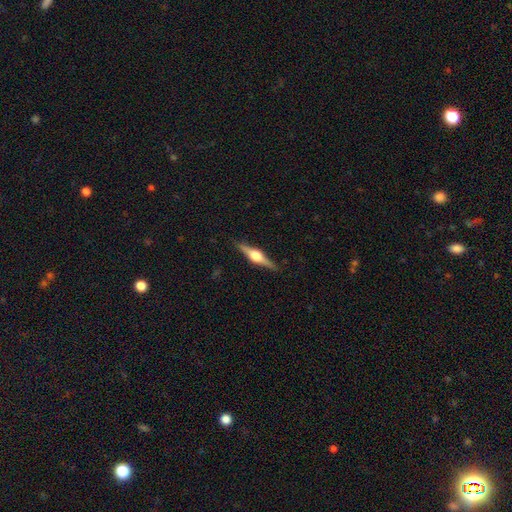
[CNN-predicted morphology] Q: Smooth or featured?
A: featured or disk (78%); runner-up: smooth (17%)
Q: Edge-on disk?
A: yes (98%); runner-up: no (2%)
Q: Edge-on bulge?
A: rounded (94%); runner-up: boxy (5%)
Q: Merging?
A: none (90%); runner-up: minor disturbance (8%)